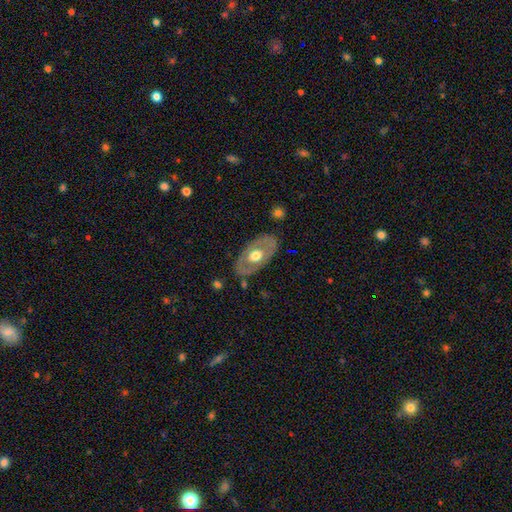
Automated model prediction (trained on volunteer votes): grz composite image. It shows a featured or disk galaxy (54%). Merging: none (81%).